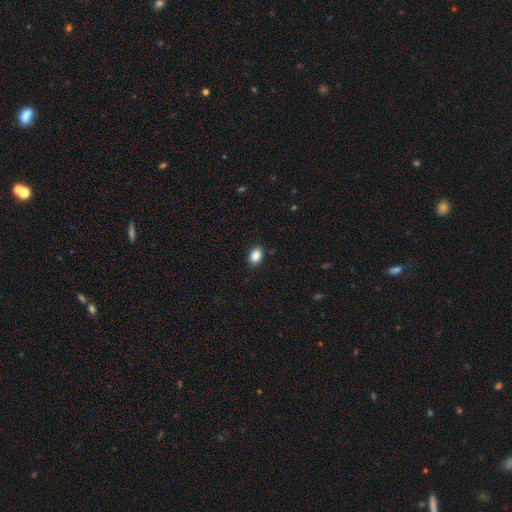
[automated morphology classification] The model was most divided on "how rounded": in between: 83%, round: 16%, cigar-shaped: 1%. More confident: merging — none (89%); smooth or featured — smooth (88%).